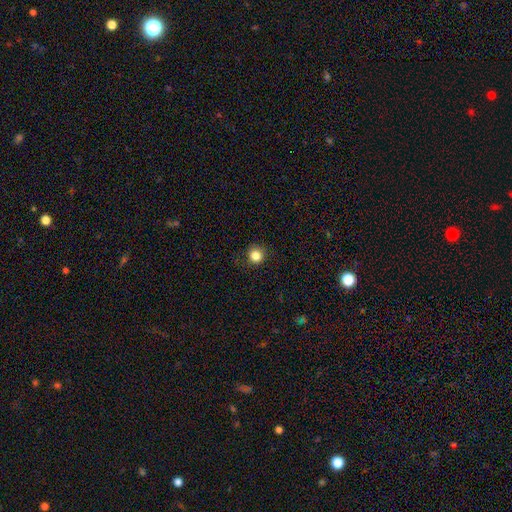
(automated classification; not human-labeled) The model was most divided on "smooth or featured": smooth: 84%, star or artifact: 11%, featured or disk: 5%. More confident: how rounded — round (94%); merging — none (89%).